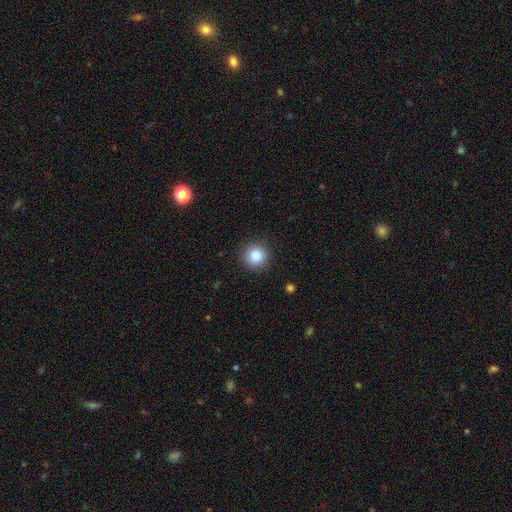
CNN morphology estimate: Smooth or featured? smooth (86%)
How rounded? round (94%)
Merging? none (90%)